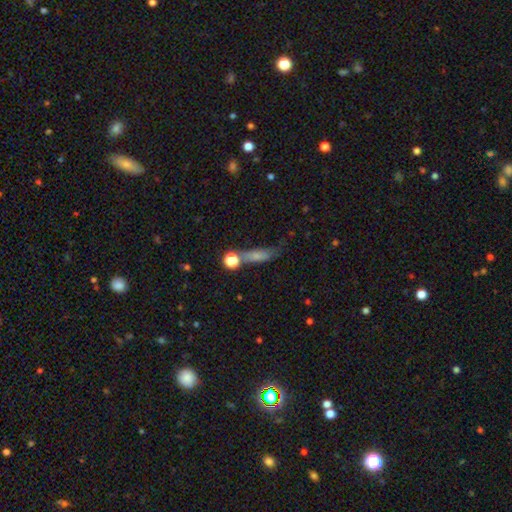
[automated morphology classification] smooth_or_featured: smooth (p=0.65) [alt: featured or disk p=0.20]
how_rounded: cigar-shaped (p=0.55) [alt: in between p=0.34]
merging: none (p=0.50) [alt: minor disturbance p=0.22]